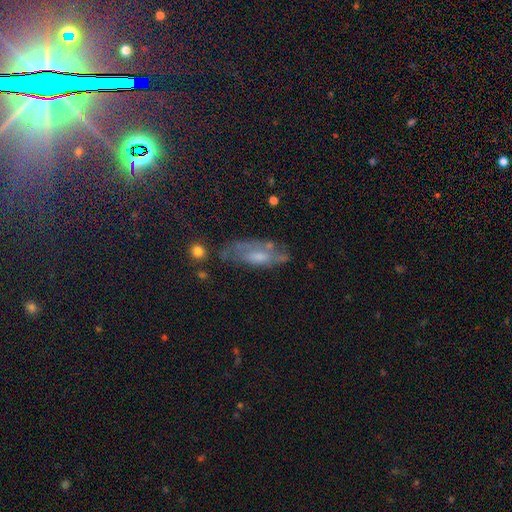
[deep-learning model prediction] A featured or disk galaxy (52%). Merging: none (50%).